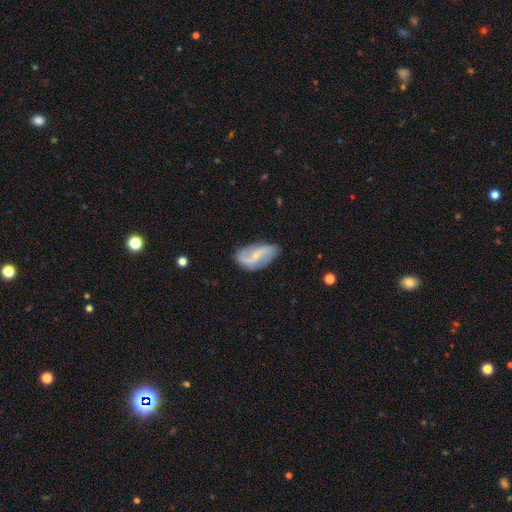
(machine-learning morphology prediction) smooth_or_featured: featured or disk (p=0.80) [alt: smooth p=0.15]
disk_edge_on: no (p=0.96) [alt: yes p=0.04]
bar: weak (p=0.41) [alt: no p=0.34]
has_spiral_arms: yes (p=0.93) [alt: no p=0.07]
spiral_winding: loose (p=0.71) [alt: medium p=0.21]
spiral_arm_count: 2 (p=0.91) [alt: can't tell p=0.04]
bulge_size: small (p=0.69) [alt: moderate p=0.24]
merging: none (p=0.77) [alt: minor disturbance p=0.17]